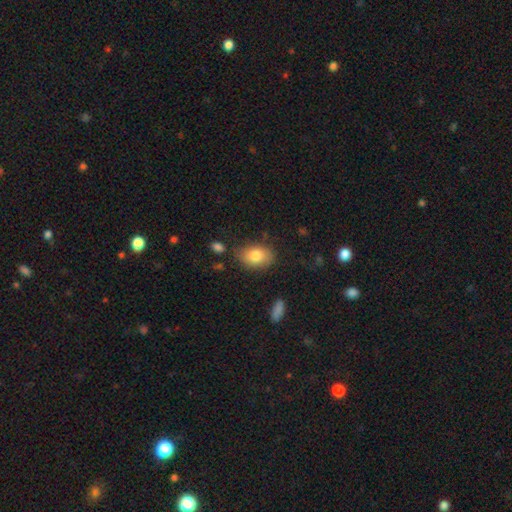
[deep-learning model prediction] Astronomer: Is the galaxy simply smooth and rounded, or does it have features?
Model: smooth — 81%.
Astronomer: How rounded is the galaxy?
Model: in between — 84%.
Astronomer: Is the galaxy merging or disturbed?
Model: none — 74%.